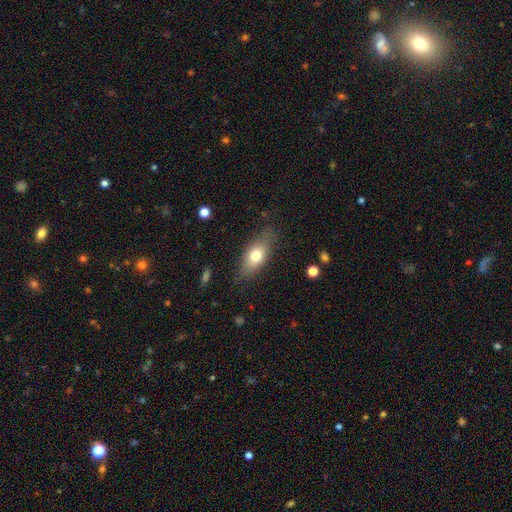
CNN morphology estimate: Overall: smooth (72%). How rounded: in between (80%). Merging: none (78%).